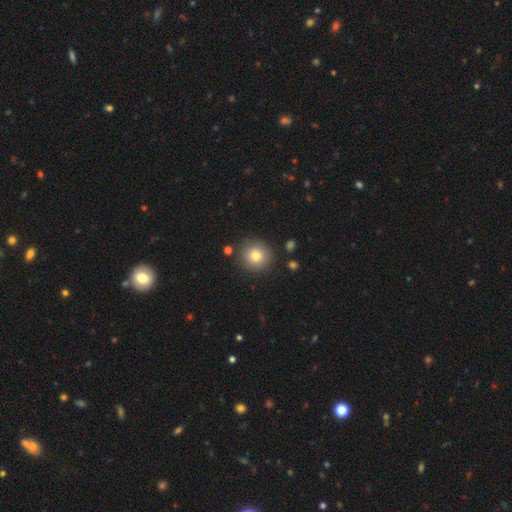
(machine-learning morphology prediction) Smooth or featured? Predicted: smooth (p=0.79). How rounded? Predicted: round (p=0.93). Merging? Predicted: none (p=0.87).